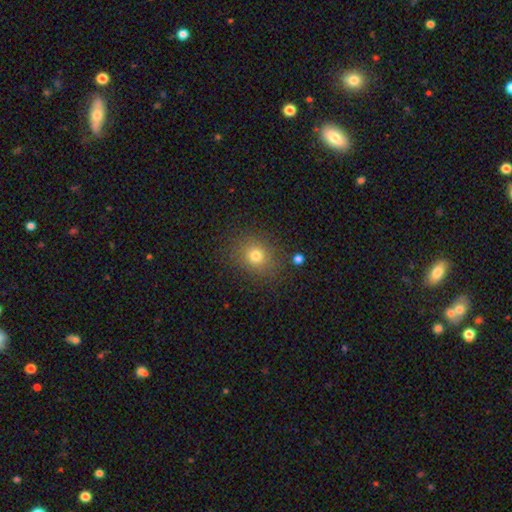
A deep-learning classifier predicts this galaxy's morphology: Smooth or featured? smooth (75%)
How rounded? round (70%)
Merging? none (84%)